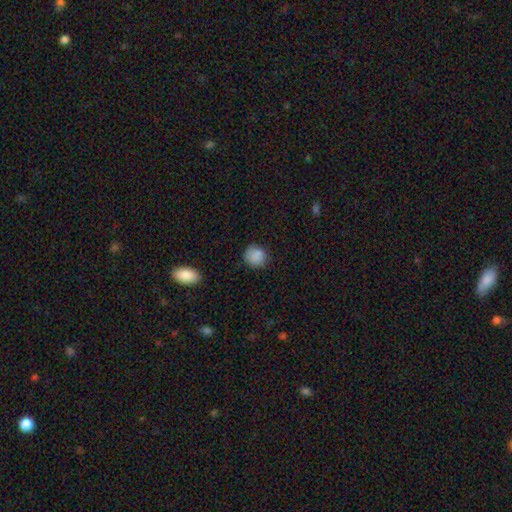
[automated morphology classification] Smooth or featured: smooth — 86% (star or artifact — 9%)
How rounded: round — 81% (in between — 18%)
Merging: none — 77% (minor disturbance — 17%)